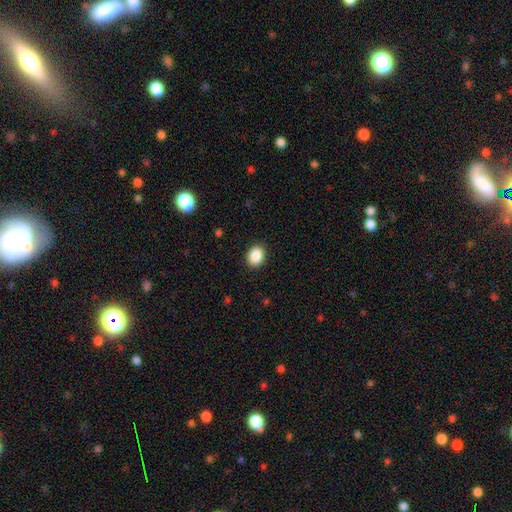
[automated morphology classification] smooth-or-featured: smooth: 88% | star or artifact: 8% | featured or disk: 3%
  how-rounded: in between: 51% | round: 48% | cigar-shaped: 1%
  merging: none: 89% | minor disturbance: 8% | major disturbance: 2% | merger: 1%